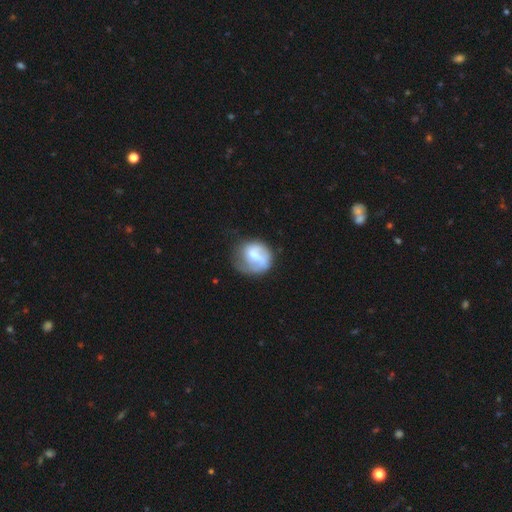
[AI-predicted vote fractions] Smooth or featured: smooth — 48% (featured or disk — 45%)
Merging: none — 45% (minor disturbance — 28%)